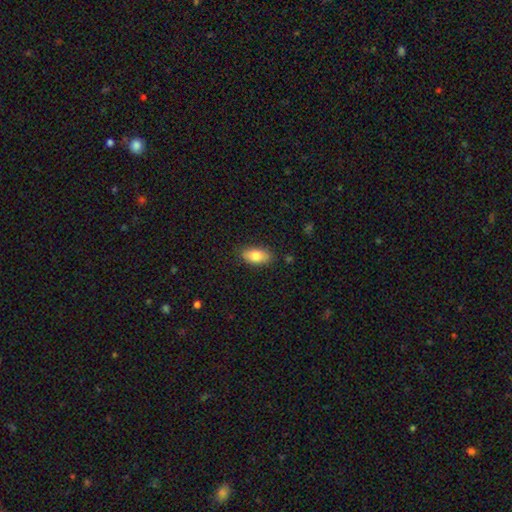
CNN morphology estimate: This is likely a smooth galaxy (80%). How rounded: clearly in between (89%). Merging: clearly none (85%).